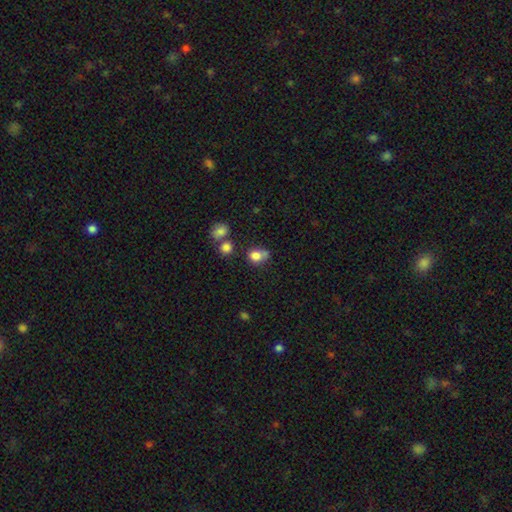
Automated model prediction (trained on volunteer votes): Overall: smooth (80%). How rounded: round (62%; in between 37%). Merging: none (46%; minor disturbance 23%).